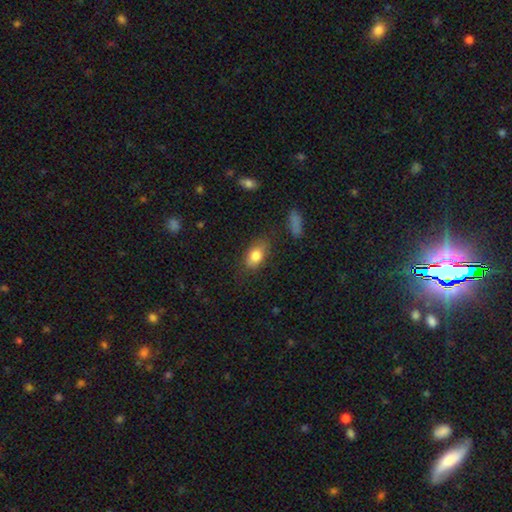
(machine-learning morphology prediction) A smooth galaxy with no disk features (81%) that is in between round and cigar-shaped (85%).

Vote fractions:
- Smooth or featured? smooth: 81% / featured or disk: 12% / star or artifact: 8%
- How rounded? in between: 85% / round: 11% / cigar-shaped: 4%
- Merging? none: 75% / minor disturbance: 17% / major disturbance: 5% / merger: 3%